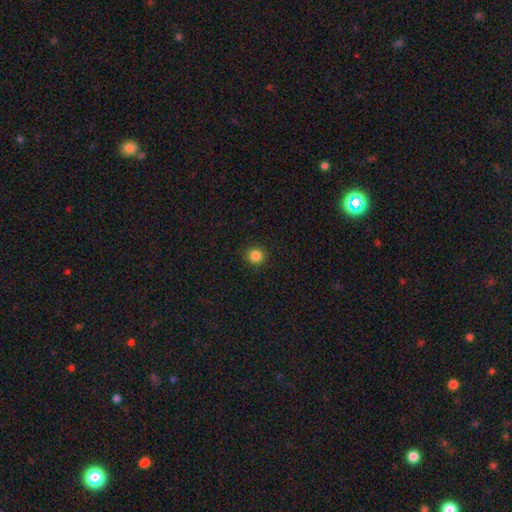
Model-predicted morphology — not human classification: Smooth or featured? Predicted: smooth (p=0.85). How rounded? Predicted: round (p=0.92). Merging? Predicted: none (p=0.92).